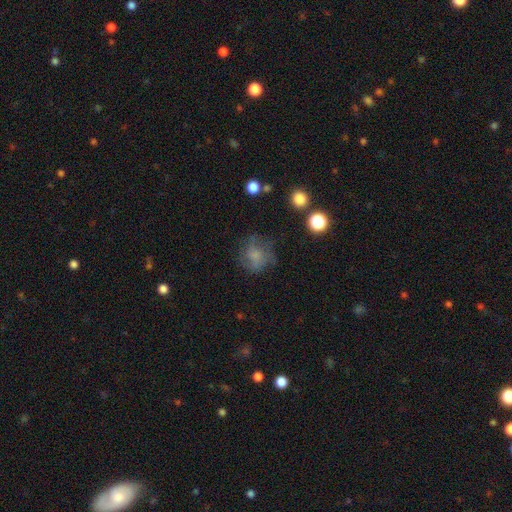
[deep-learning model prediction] A smooth galaxy with no disk features (56%) that is round (77%). Merging: none (58%).